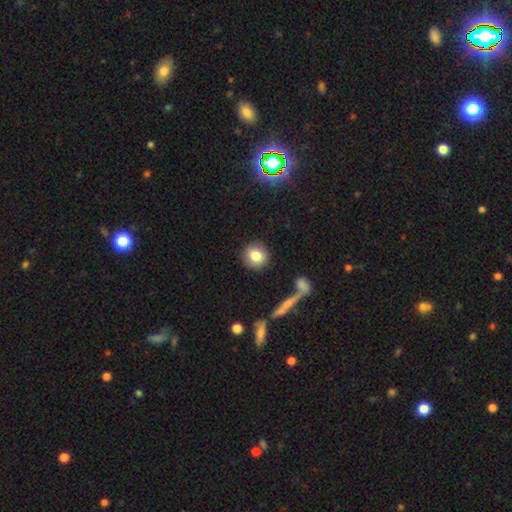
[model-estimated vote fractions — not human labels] Smooth or featured?
  - smooth: 82% *
  - featured or disk: 9%
  - star or artifact: 9%
How rounded?
  - round: 90% *
  - in between: 9%
  - cigar-shaped: 1%
Merging?
  - none: 88% *
  - minor disturbance: 7%
  - merger: 3%
  - major disturbance: 2%